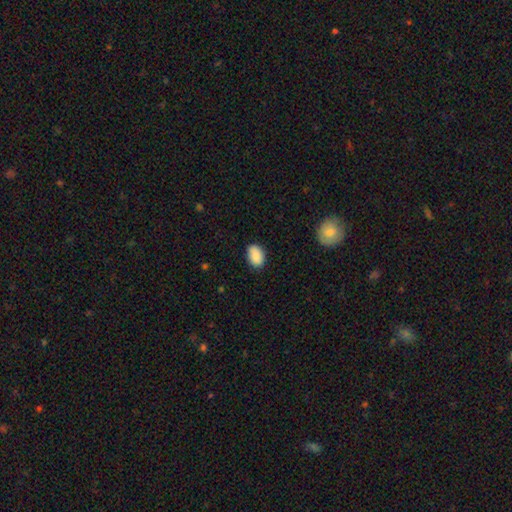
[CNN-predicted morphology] A smooth galaxy with no disk features (88%) that is in between round and cigar-shaped (85%).

Vote fractions:
- Smooth or featured? smooth: 88% / star or artifact: 7% / featured or disk: 6%
- How rounded? in between: 85% / round: 14% / cigar-shaped: 1%
- Merging? none: 82% / minor disturbance: 15% / major disturbance: 3% / merger: 1%